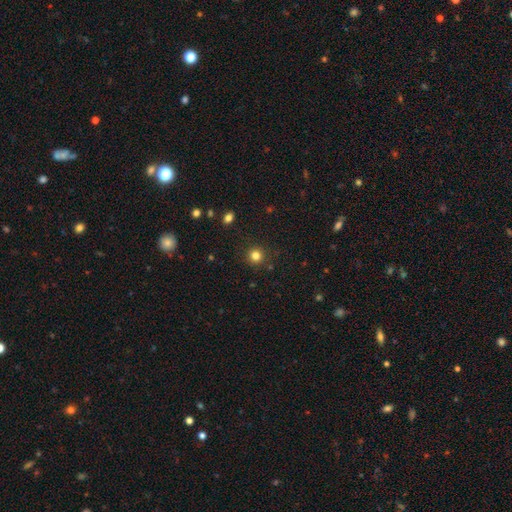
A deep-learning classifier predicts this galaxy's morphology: Smooth or featured: smooth — 81% (star or artifact — 14%)
How rounded: round — 94% (in between — 5%)
Merging: none — 91% (minor disturbance — 6%)